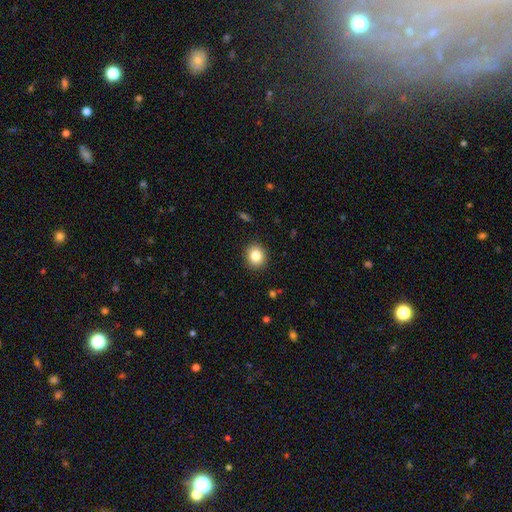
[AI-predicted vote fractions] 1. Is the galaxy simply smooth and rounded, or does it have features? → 83% smooth, 10% star or artifact, 7% featured or disk.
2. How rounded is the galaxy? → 77% round, 22% in between, 1% cigar-shaped.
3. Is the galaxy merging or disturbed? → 91% none, 7% minor disturbance, 2% major disturbance, 1% merger.